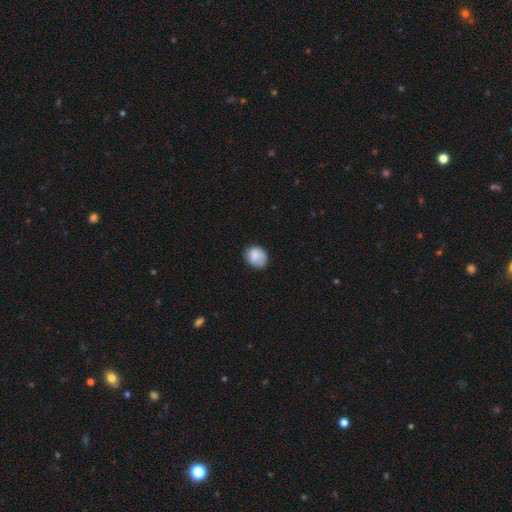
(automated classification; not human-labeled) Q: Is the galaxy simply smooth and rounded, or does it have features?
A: smooth — 83%.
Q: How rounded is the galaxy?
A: round — 61%.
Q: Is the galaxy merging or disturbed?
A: none — 66%.